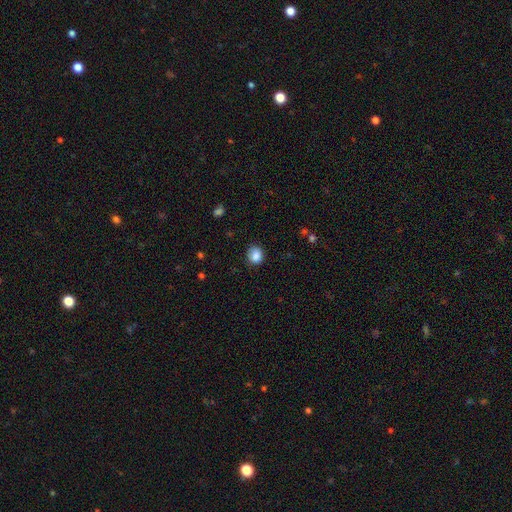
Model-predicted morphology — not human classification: The model was most divided on "how rounded": round: 70%, in between: 29%, cigar-shaped: 1%. More confident: smooth or featured — smooth (86%); merging — none (78%).